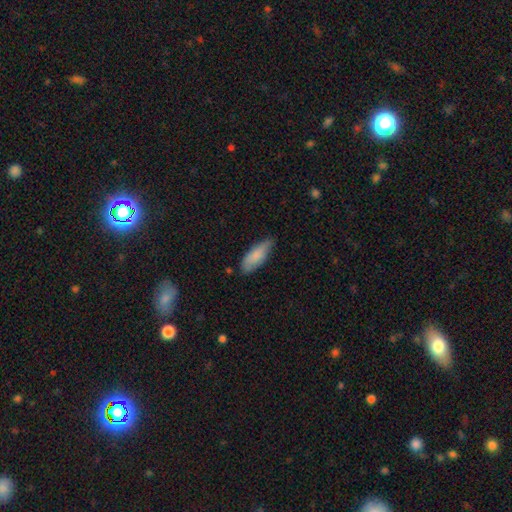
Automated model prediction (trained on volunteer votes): Smooth or featured?
  - smooth: 82% *
  - featured or disk: 12%
  - star or artifact: 6%
How rounded?
  - in between: 68% *
  - cigar-shaped: 30%
  - round: 2%
Merging?
  - none: 65% *
  - minor disturbance: 28%
  - major disturbance: 4%
  - merger: 2%